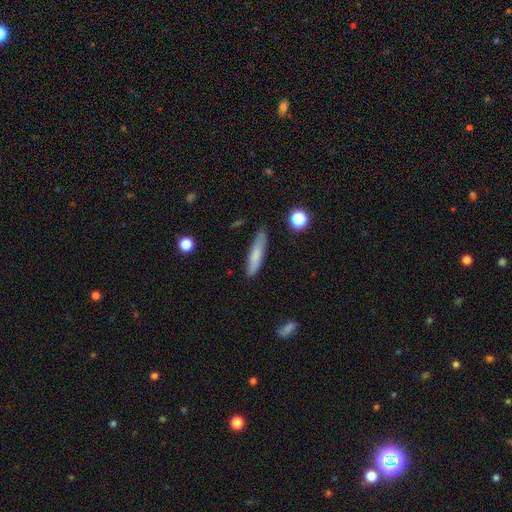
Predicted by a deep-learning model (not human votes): smooth_or_featured: smooth (p=0.75) [alt: featured or disk p=0.18]
how_rounded: cigar-shaped (p=0.84) [alt: in between p=0.14]
merging: none (p=0.81) [alt: minor disturbance p=0.14]